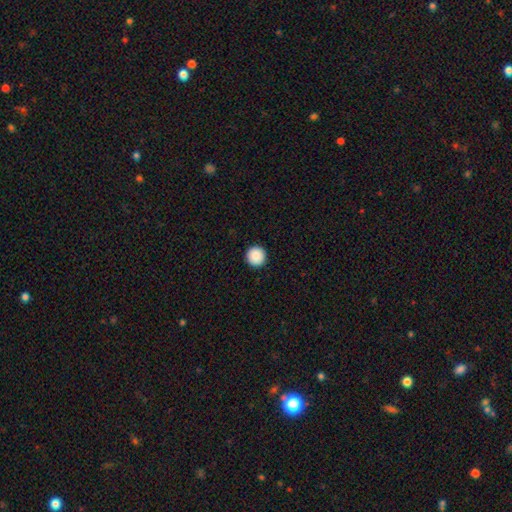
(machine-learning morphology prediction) This is clearly a smooth galaxy (89%). How rounded: clearly round (97%). Merging: clearly none (94%).